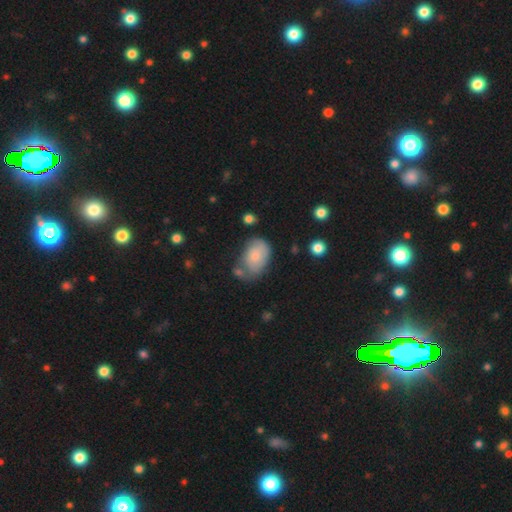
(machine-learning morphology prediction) Smooth or featured? smooth (65%)
How rounded? in between (82%)
Merging? none (46%)